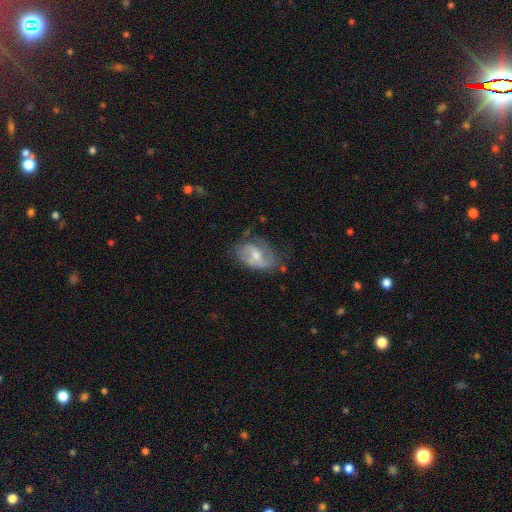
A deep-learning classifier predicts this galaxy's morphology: A featured or disk galaxy (63%) with a weak bar (46%), spiral arms (72%) and a moderate central bulge (55%). Merging: none (49%).